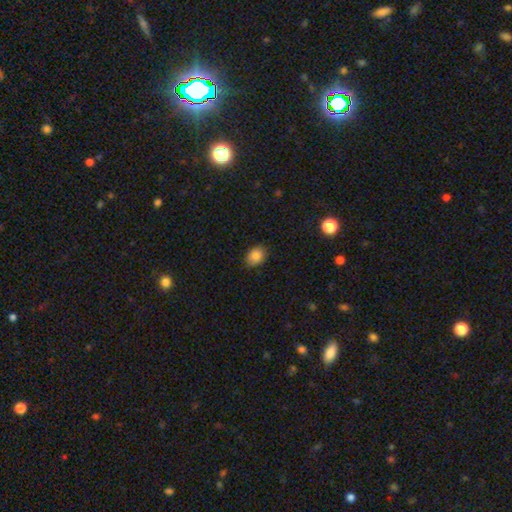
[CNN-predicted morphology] Overall: smooth (86%). How rounded: in between (63%; round 36%). Merging: none (83%).